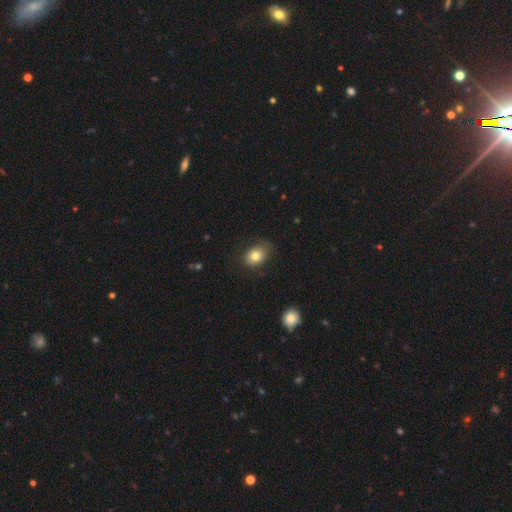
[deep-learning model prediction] smooth_or_featured: smooth (p=0.79) [alt: featured or disk p=0.12]
how_rounded: in between (p=0.67) [alt: round p=0.32]
merging: none (p=0.73) [alt: minor disturbance p=0.21]